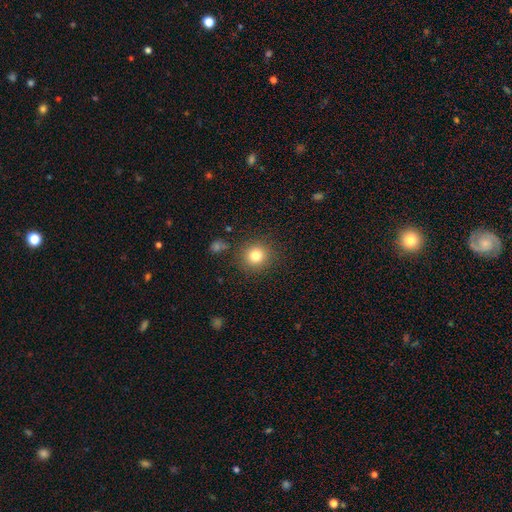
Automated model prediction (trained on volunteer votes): Q: Smooth or featured?
A: smooth (81%); runner-up: star or artifact (12%)
Q: How rounded?
A: round (91%); runner-up: in between (8%)
Q: Merging?
A: none (87%); runner-up: minor disturbance (8%)